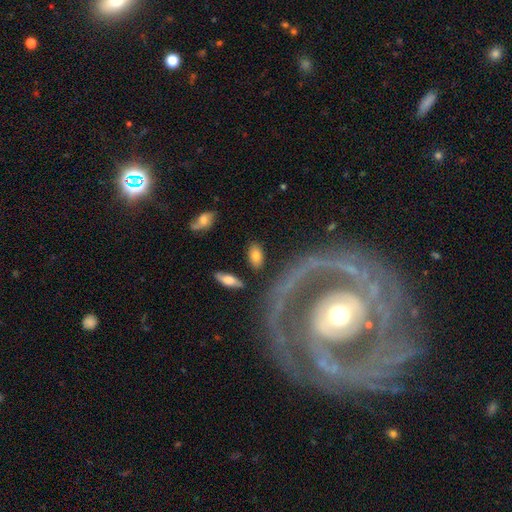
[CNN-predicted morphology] Smooth or featured?
  - smooth: 79% *
  - featured or disk: 14%
  - star or artifact: 8%
How rounded?
  - in between: 89% *
  - round: 6%
  - cigar-shaped: 5%
Merging?
  - none: 80% *
  - minor disturbance: 11%
  - merger: 4%
  - major disturbance: 4%